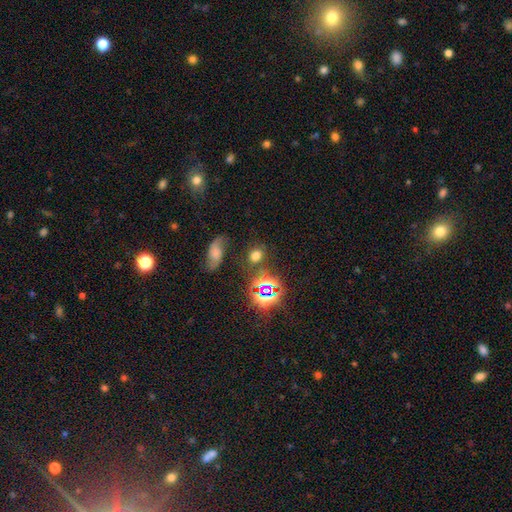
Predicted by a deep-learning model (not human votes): This appears to be a smooth galaxy with no disk features (60%) that is round (49%). Merging: none (72%).